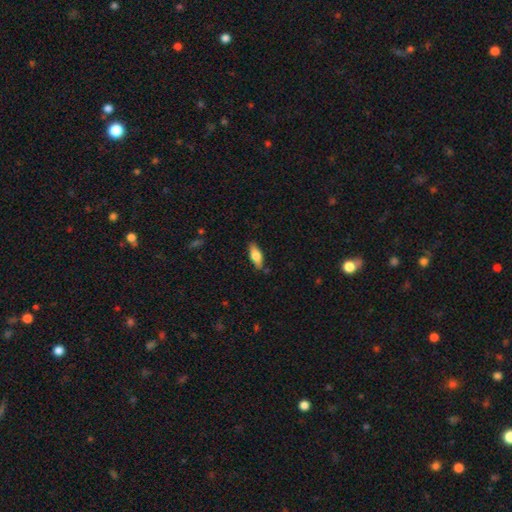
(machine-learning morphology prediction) smooth 66%, featured or disk 28%, star or artifact 6%. Down the decision tree: how rounded — in between (69%); merging — none (83%).